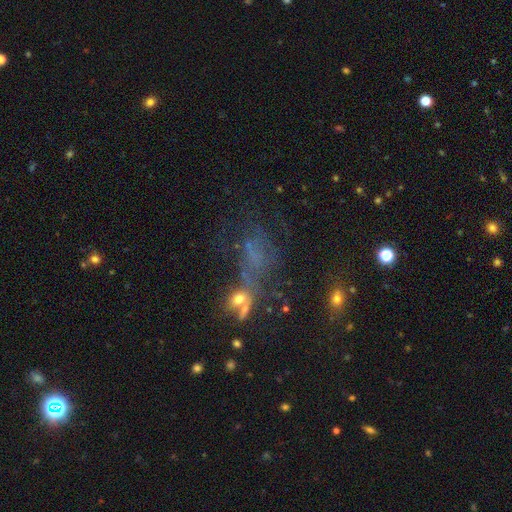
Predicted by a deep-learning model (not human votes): Morphology: type=star or artifact (39%).